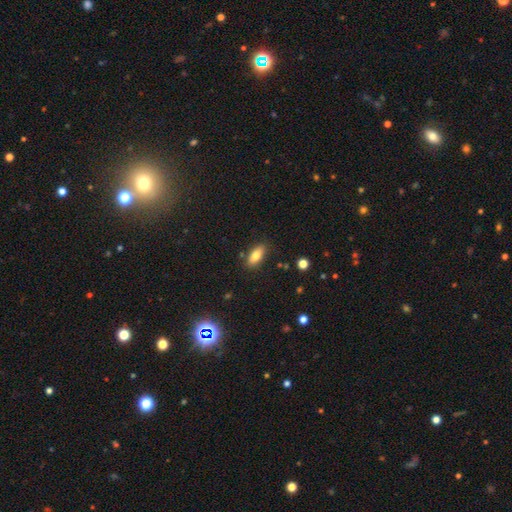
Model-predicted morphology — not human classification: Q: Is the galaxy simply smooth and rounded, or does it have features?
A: smooth — 79%.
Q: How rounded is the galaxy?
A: in between — 85%.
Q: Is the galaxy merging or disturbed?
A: none — 84%.